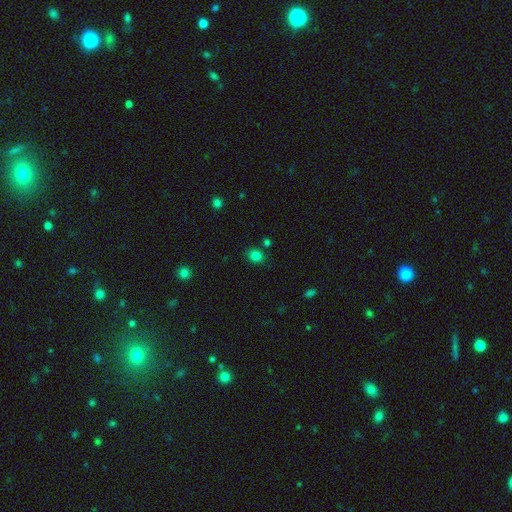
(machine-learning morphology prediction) smooth 81%, star or artifact 14%, featured or disk 5%. Down the decision tree: how rounded — round (62%); merging — none (81%).